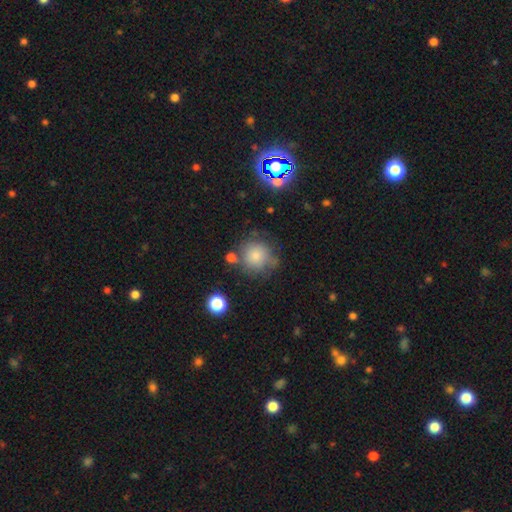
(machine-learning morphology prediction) smooth-or-featured: smooth: 78% | featured or disk: 11% | star or artifact: 10%
  how-rounded: round: 91% | in between: 8% | cigar-shaped: 1%
  merging: none: 63% | minor disturbance: 19% | merger: 9% | major disturbance: 8%